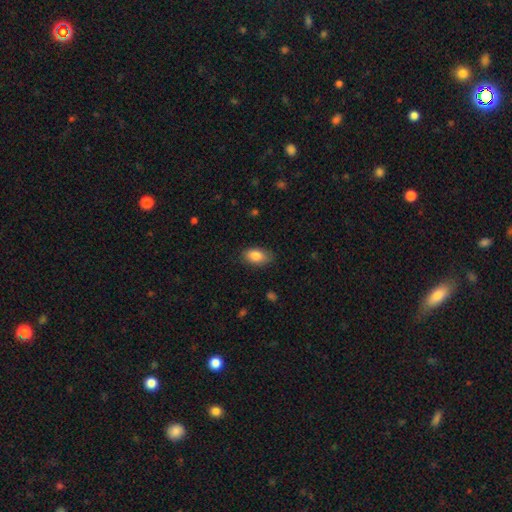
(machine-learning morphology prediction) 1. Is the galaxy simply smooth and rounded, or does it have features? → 85% smooth, 8% featured or disk, 7% star or artifact.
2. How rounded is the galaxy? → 91% in between, 6% round, 3% cigar-shaped.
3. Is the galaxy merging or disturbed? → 83% none, 14% minor disturbance, 3% major disturbance, 1% merger.